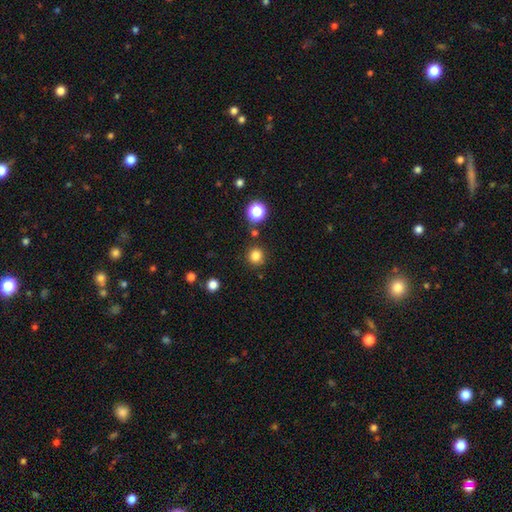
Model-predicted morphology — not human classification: Q: Smooth or featured?
A: smooth (82%); runner-up: star or artifact (14%)
Q: How rounded?
A: round (93%); runner-up: in between (6%)
Q: Merging?
A: none (87%); runner-up: minor disturbance (7%)